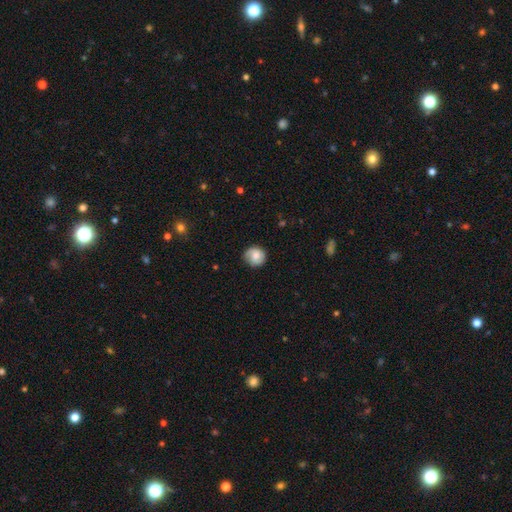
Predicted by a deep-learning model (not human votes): Overall: smooth (69%). How rounded: round (85%). Merging: none (75%).